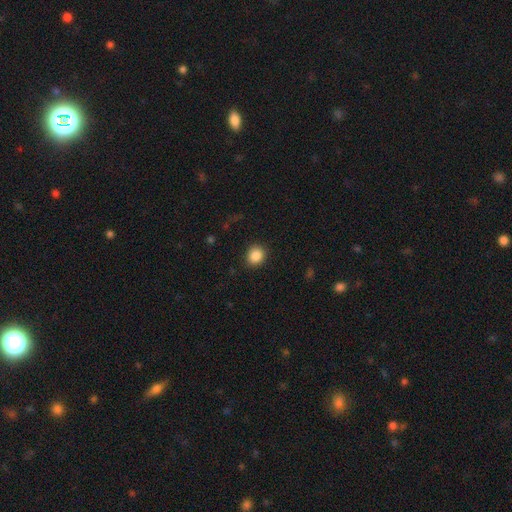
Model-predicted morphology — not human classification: Smooth or featured?
  - smooth: 87% *
  - star or artifact: 9%
  - featured or disk: 4%
How rounded?
  - round: 80% *
  - in between: 19%
  - cigar-shaped: 1%
Merging?
  - none: 89% *
  - minor disturbance: 8%
  - major disturbance: 2%
  - merger: 1%